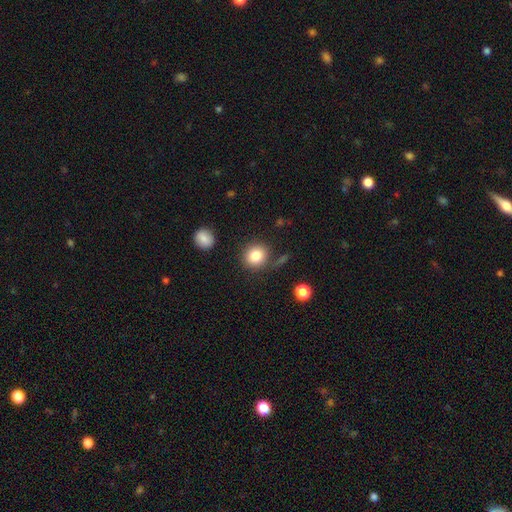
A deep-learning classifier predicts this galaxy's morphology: Smooth or featured: smooth — 83% (star or artifact — 10%)
How rounded: round — 88% (in between — 11%)
Merging: none — 79% (minor disturbance — 11%)